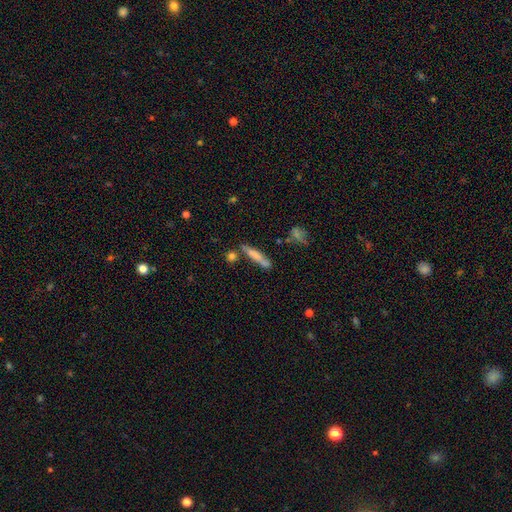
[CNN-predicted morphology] The model was most divided on "smooth or featured": smooth: 67%, featured or disk: 26%, star or artifact: 7%. More confident: how rounded — cigar-shaped (90%); merging — none (68%).